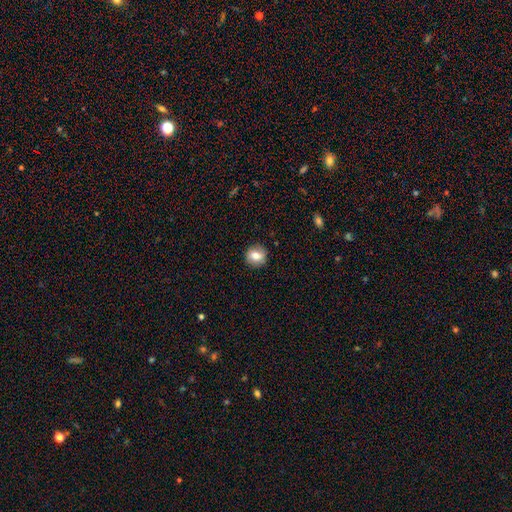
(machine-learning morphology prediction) Overall: smooth (73%). How rounded: round (88%). Merging: none (89%).